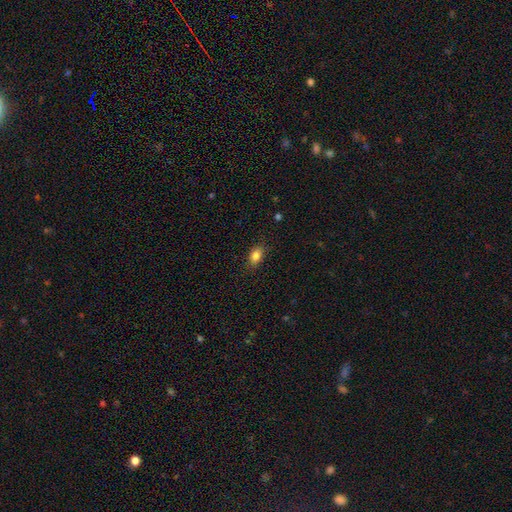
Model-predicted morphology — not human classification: A smooth galaxy with no disk features (85%) that is in between round and cigar-shaped (84%). Merging: none (84%).